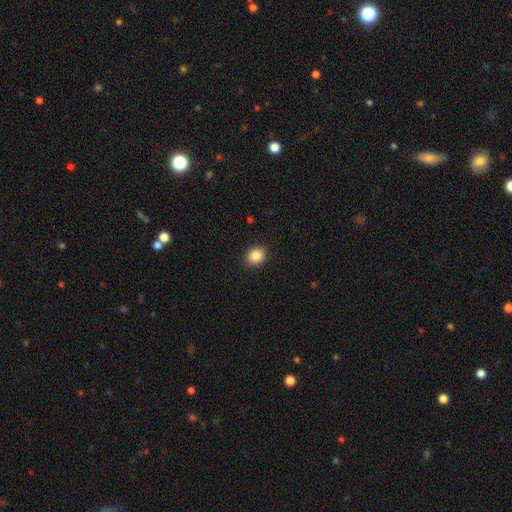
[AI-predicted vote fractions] Q: Smooth or featured?
A: smooth (86%); runner-up: star or artifact (9%)
Q: How rounded?
A: round (57%); runner-up: in between (42%)
Q: Merging?
A: none (89%); runner-up: minor disturbance (8%)